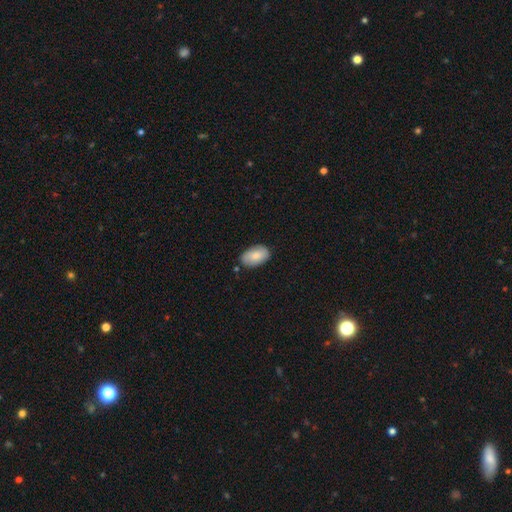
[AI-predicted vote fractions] A smooth galaxy with no disk features (77%) that is in between round and cigar-shaped (93%). Merging: none (80%).